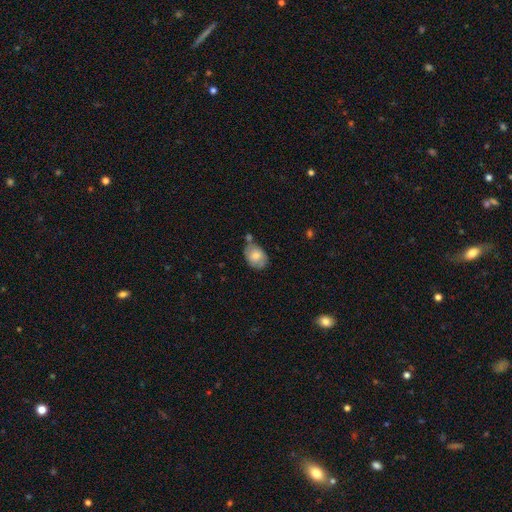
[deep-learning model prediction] Morphology: type=smooth (71%); roundness=in between (71%); merging=none (51%).